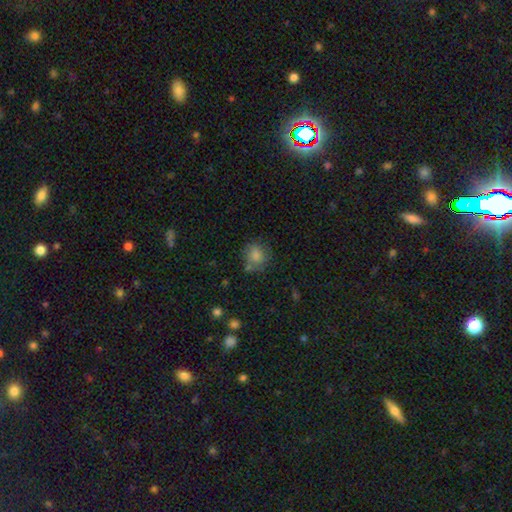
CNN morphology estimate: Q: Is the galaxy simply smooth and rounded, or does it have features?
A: smooth — 80%.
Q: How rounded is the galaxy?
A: round — 76%.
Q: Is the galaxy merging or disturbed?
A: none — 62%.